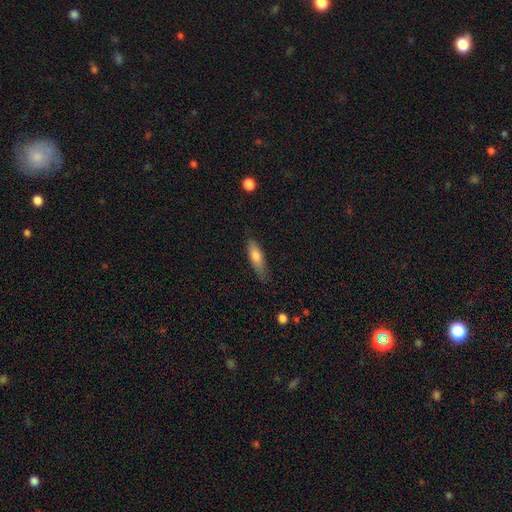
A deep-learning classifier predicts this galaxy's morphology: type=smooth (72%); roundness=cigar-shaped (56%); merging=none (72%).